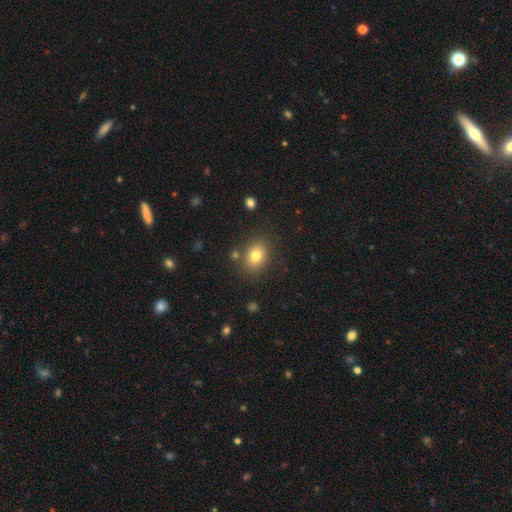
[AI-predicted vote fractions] Q: Smooth or featured?
A: smooth (79%); runner-up: star or artifact (11%)
Q: How rounded?
A: in between (52%); runner-up: round (47%)
Q: Merging?
A: none (80%); runner-up: minor disturbance (11%)